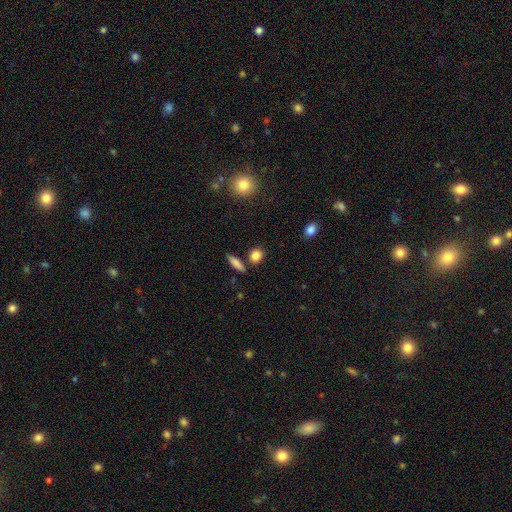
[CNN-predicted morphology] A smooth galaxy with no disk features (84%) that is round (61%).

Vote fractions:
- Smooth or featured? smooth: 84% / star or artifact: 10% / featured or disk: 6%
- How rounded? round: 61% / in between: 32% / cigar-shaped: 7%
- Merging? none: 80% / minor disturbance: 9% / merger: 8% / major disturbance: 3%